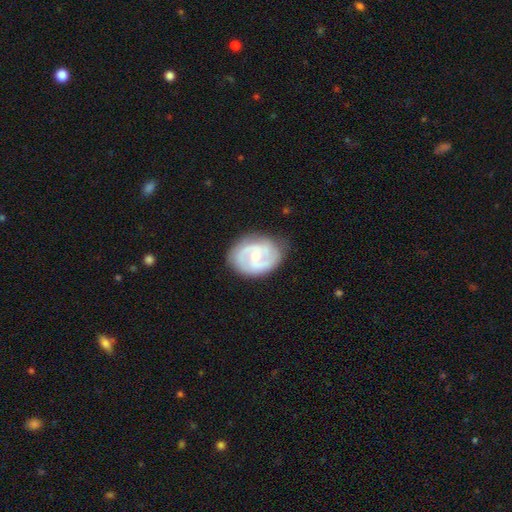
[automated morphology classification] smooth-or-featured: featured or disk: 79% | smooth: 16% | star or artifact: 5%
  disk-edge-on: no: 97% | yes: 3%
    bar: weak: 47% | no: 40% | strong: 13%
    has-spiral-arms: yes: 91% | no: 9%
      spiral-winding: medium: 45% | tight: 40% | loose: 15%
      spiral-arm-count: 2: 72% | can't tell: 14% | 3: 8% | 1: 3% | 4: 2% | more than 4: 2%
    bulge-size: small: 60% | moderate: 36% | none: 2% | large: 1% | dominant: 1%
  merging: none: 77% | minor disturbance: 17% | major disturbance: 5% | merger: 1%